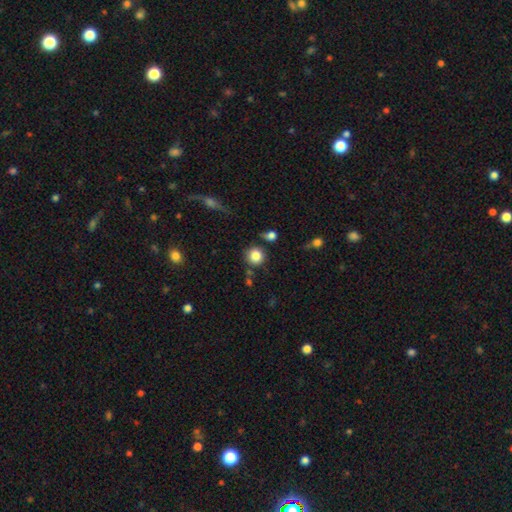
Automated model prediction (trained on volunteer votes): This is clearly a smooth galaxy (83%). How rounded: clearly round (92%). Merging: likely none (79%).